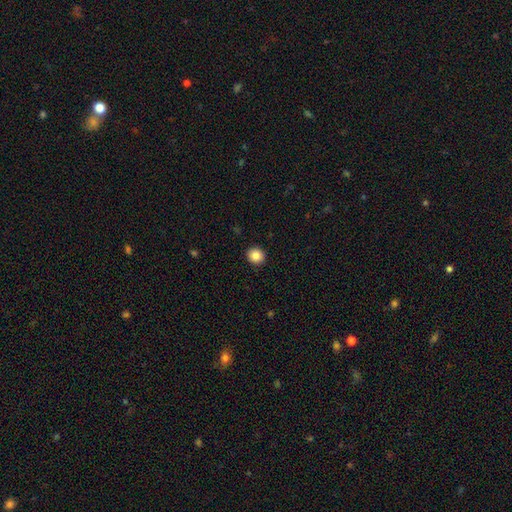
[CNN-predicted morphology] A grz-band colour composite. It shows a smooth galaxy with no disk features (86%) that is round (88%). Merging: none (93%).